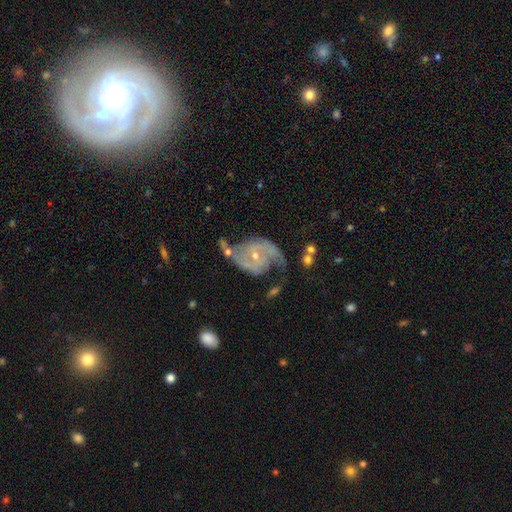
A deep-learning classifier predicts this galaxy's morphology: featured or disk 87%, smooth 7%, star or artifact 6%. Down the decision tree: edge-on disk — no (97%); bar — no (57%); spiral arms — yes (96%); spiral arm count — 2 (88%); spiral winding — medium (46%); bulge size — small (67%); merging — none (56%).